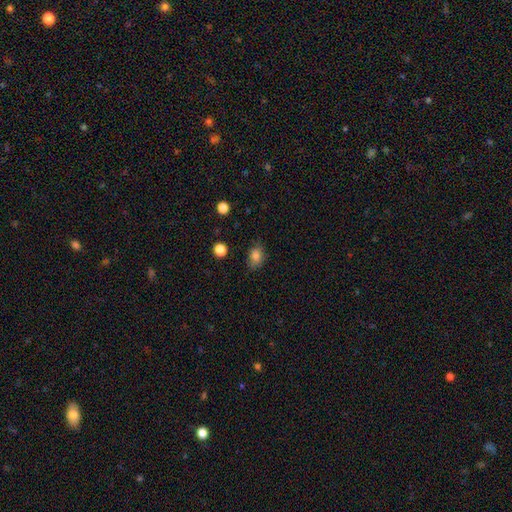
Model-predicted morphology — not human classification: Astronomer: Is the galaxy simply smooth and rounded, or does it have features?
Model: smooth — 81%.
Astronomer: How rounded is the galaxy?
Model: in between — 73%.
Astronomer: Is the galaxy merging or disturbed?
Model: none — 75%.